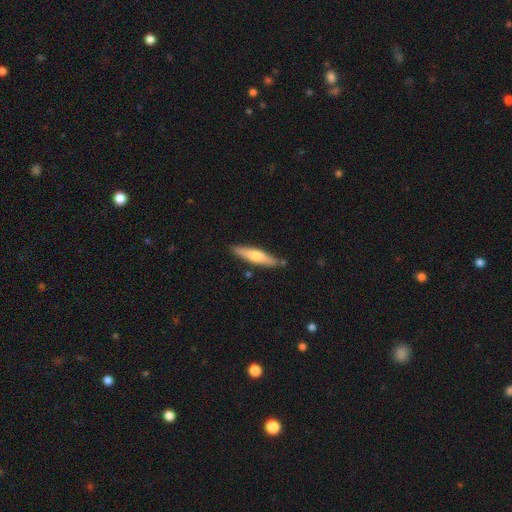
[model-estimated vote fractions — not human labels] Smooth or featured? smooth (53%)
How rounded? cigar-shaped (83%)
Merging? none (84%)